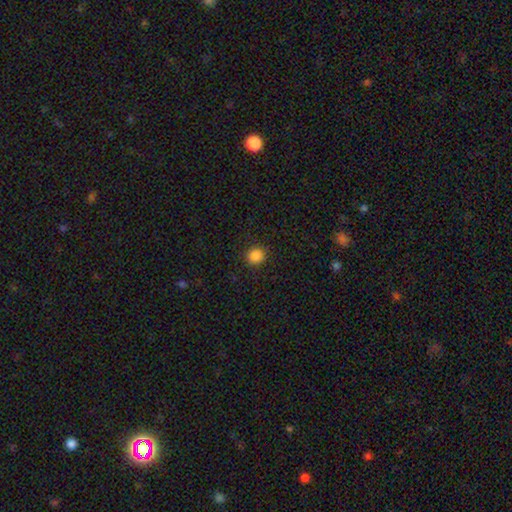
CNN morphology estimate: A smooth galaxy with no disk features (86%) that is round (89%). Merging: none (91%).